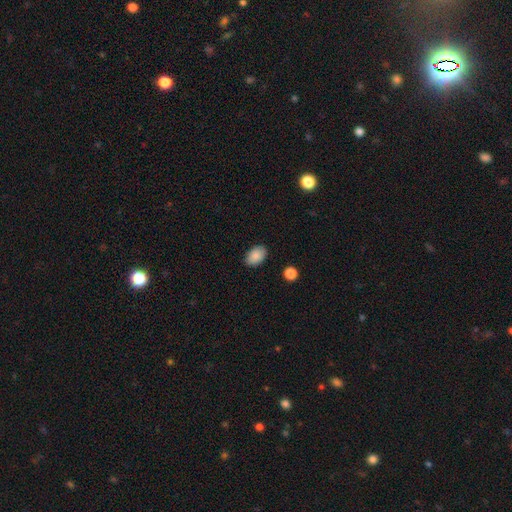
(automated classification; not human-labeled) Overall: smooth (88%). How rounded: in between (89%). Merging: none (86%).